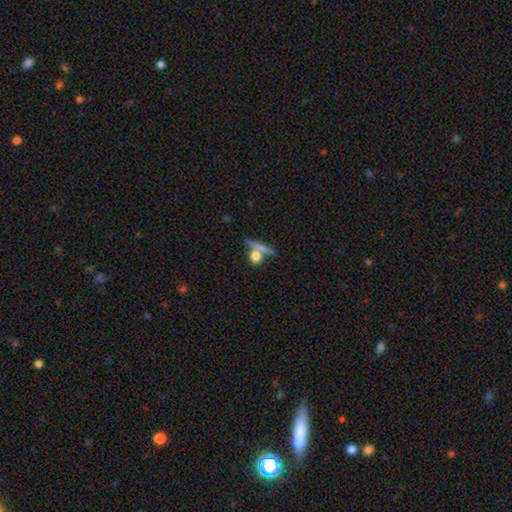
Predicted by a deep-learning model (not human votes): This appears to be a smooth galaxy with no disk features (71%) that is round (55%). Merging: none (58%).